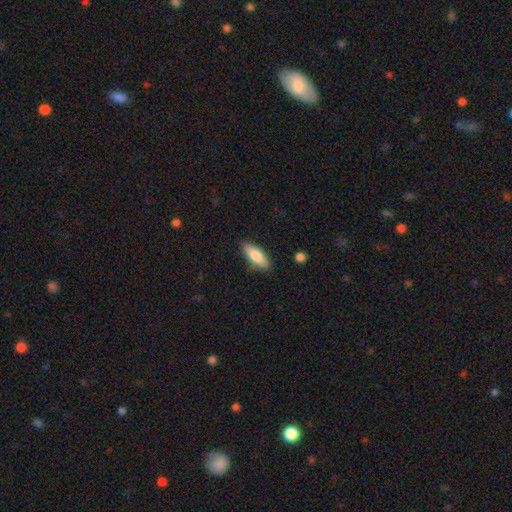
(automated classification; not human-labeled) Overall: smooth (80%). How rounded: in between (66%; cigar-shaped 32%). Merging: none (83%).